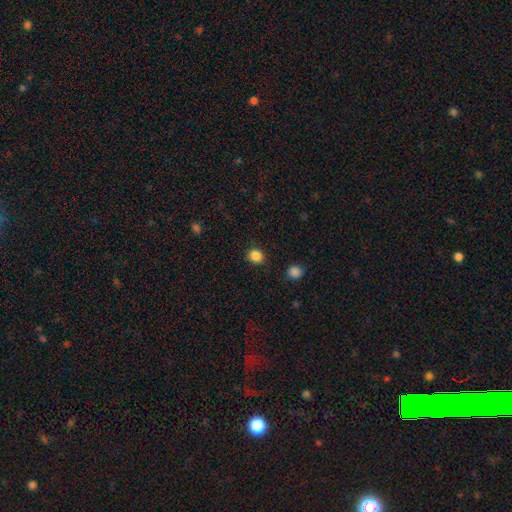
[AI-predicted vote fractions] smooth 85%, star or artifact 11%, featured or disk 3%. Down the decision tree: how rounded — round (80%); merging — none (89%).